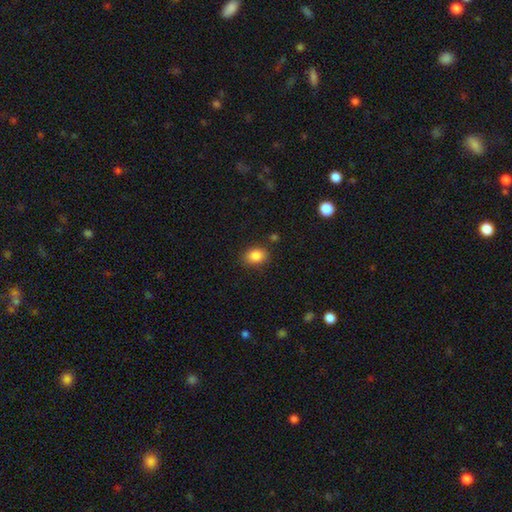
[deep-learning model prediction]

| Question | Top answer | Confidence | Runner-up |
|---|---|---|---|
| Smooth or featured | smooth | 85% | star or artifact (9%) |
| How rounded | in between | 67% | round (32%) |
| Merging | none | 82% | minor disturbance (12%) |